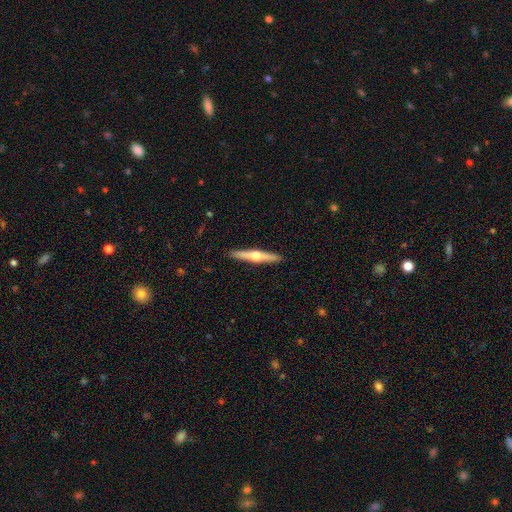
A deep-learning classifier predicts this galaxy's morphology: Q: Smooth or featured?
A: featured or disk (65%); runner-up: smooth (30%)
Q: Edge-on disk?
A: yes (97%); runner-up: no (3%)
Q: Edge-on bulge?
A: rounded (94%); runner-up: none (4%)
Q: Merging?
A: none (92%); runner-up: minor disturbance (6%)